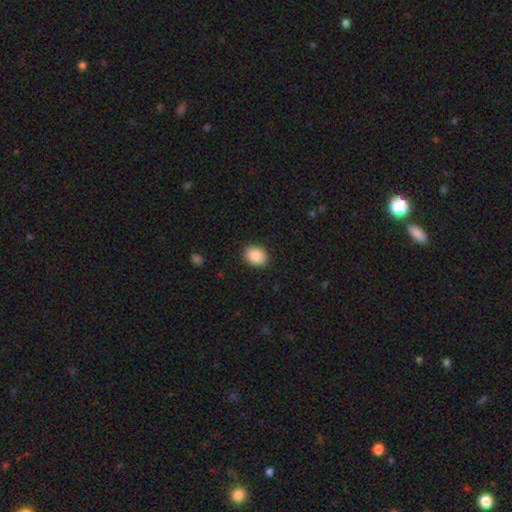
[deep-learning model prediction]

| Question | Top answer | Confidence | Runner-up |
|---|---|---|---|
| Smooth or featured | smooth | 90% | star or artifact (7%) |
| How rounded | in between | 64% | round (35%) |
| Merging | none | 90% | minor disturbance (7%) |